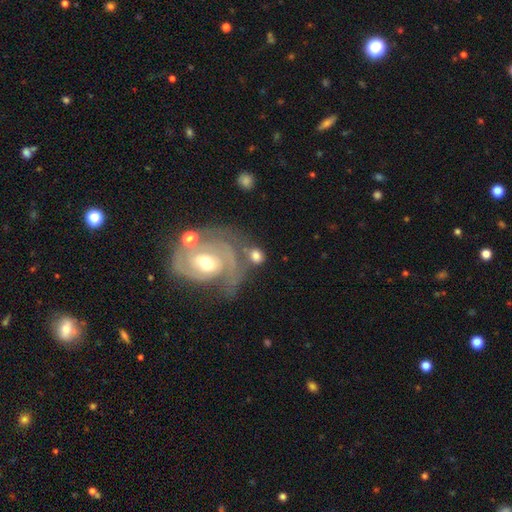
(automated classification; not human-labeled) Q: Smooth or featured?
A: smooth (53%); runner-up: featured or disk (38%)
Q: How rounded?
A: round (53%); runner-up: in between (45%)
Q: Merging?
A: none (44%); runner-up: merger (30%)